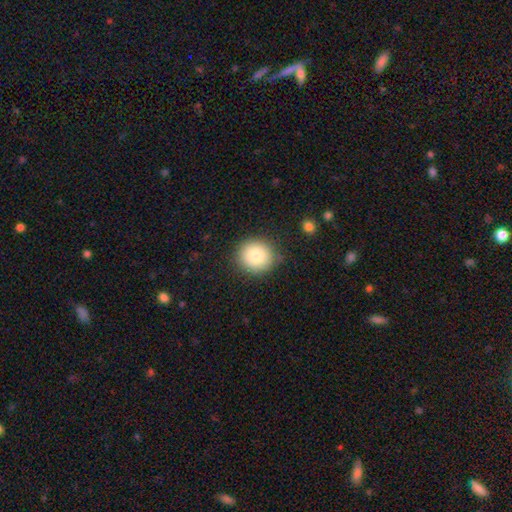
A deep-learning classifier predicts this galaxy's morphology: Q: Smooth or featured?
A: smooth (83%); runner-up: star or artifact (9%)
Q: How rounded?
A: round (89%); runner-up: in between (10%)
Q: Merging?
A: none (86%); runner-up: minor disturbance (9%)